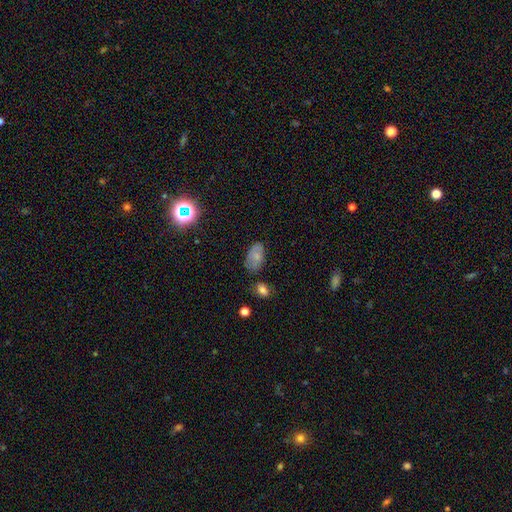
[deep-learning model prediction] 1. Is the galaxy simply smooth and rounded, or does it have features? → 73% smooth, 17% featured or disk, 10% star or artifact.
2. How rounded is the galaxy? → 92% in between, 6% round, 2% cigar-shaped.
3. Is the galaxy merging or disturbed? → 67% none, 22% minor disturbance, 6% major disturbance, 5% merger.